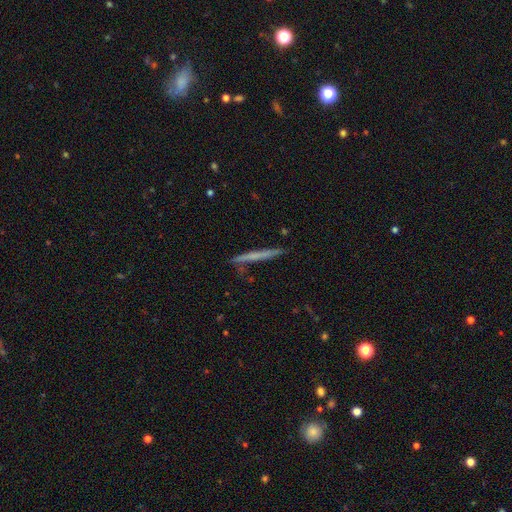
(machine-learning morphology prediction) smooth-or-featured: featured or disk: 47% | smooth: 46% | star or artifact: 7%
  merging: none: 85% | minor disturbance: 11% | major disturbance: 2% | merger: 2%